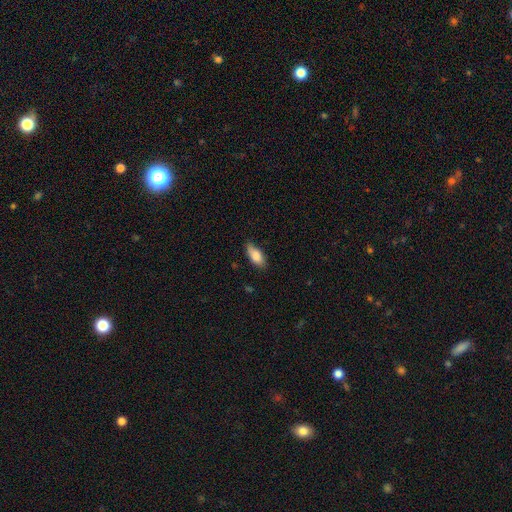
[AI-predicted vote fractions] smooth_or_featured: smooth (p=0.83) [alt: featured or disk p=0.10]
how_rounded: in between (p=0.87) [alt: cigar-shaped p=0.11]
merging: none (p=0.65) [alt: minor disturbance p=0.28]